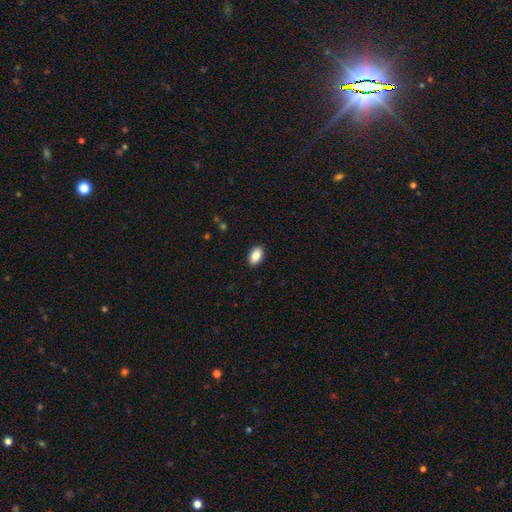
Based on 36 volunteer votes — Volunteers were most divided on "smooth or featured": smooth: 86%, featured or disk: 8%, star or artifact: 6%. More confident: merging — none (94%); how rounded — in between (90%).